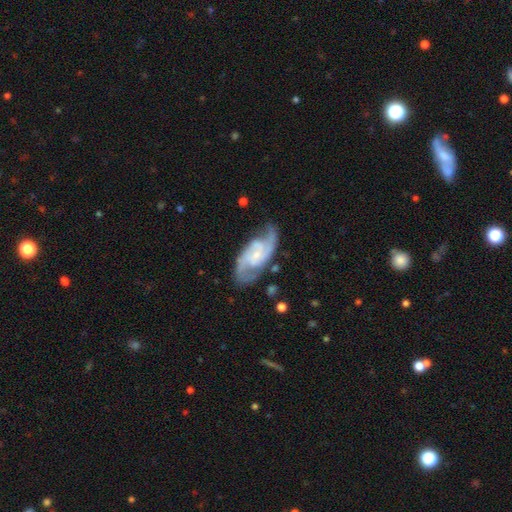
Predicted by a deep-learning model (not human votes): Smooth or featured: featured or disk — 88% (smooth — 7%)
Edge-on disk: no — 96% (yes — 4%)
Bar: no — 51% (weak — 39%)
Spiral arms: yes — 97% (no — 3%)
Spiral winding: medium — 55% (tight — 24%)
Spiral arm count: 2 — 88% (can't tell — 4%)
Bulge size: small — 61% (moderate — 23%)
Merging: none — 72% (minor disturbance — 18%)